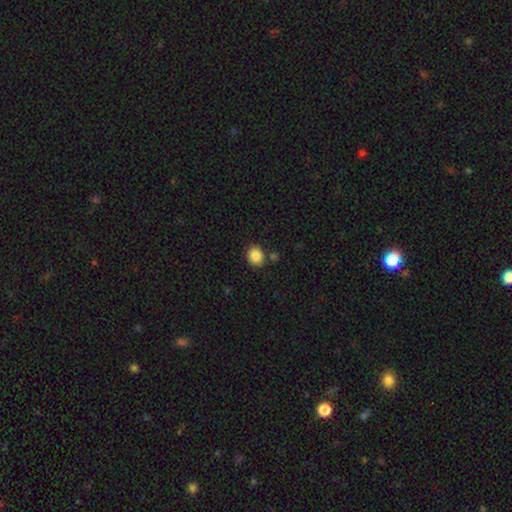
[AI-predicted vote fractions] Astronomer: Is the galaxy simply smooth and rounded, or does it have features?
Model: smooth — 87%.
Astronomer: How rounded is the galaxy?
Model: round — 70%.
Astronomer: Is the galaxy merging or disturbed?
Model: none — 81%.